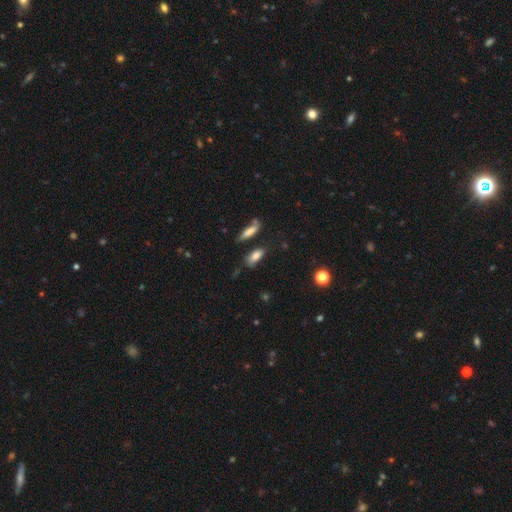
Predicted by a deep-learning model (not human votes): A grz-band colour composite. It shows a smooth galaxy with no disk features (77%) that is in between round and cigar-shaped (69%). Merging: none (63%).